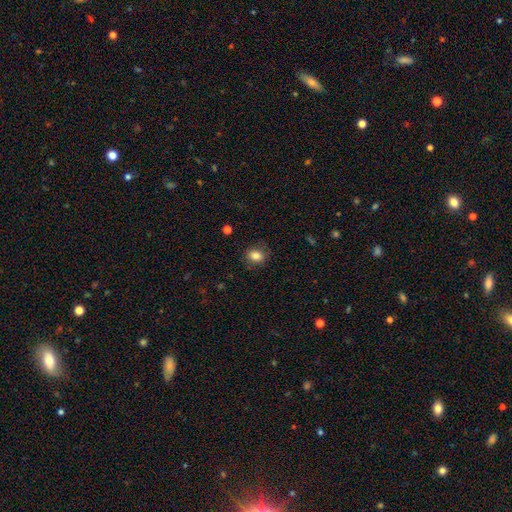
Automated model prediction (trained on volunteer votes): A smooth galaxy with no disk features (82%) that is round (51%).

Vote fractions:
- Smooth or featured? smooth: 82% / star or artifact: 10% / featured or disk: 8%
- How rounded? round: 51% / in between: 48% / cigar-shaped: 1%
- Merging? none: 81% / minor disturbance: 13% / major disturbance: 4% / merger: 1%